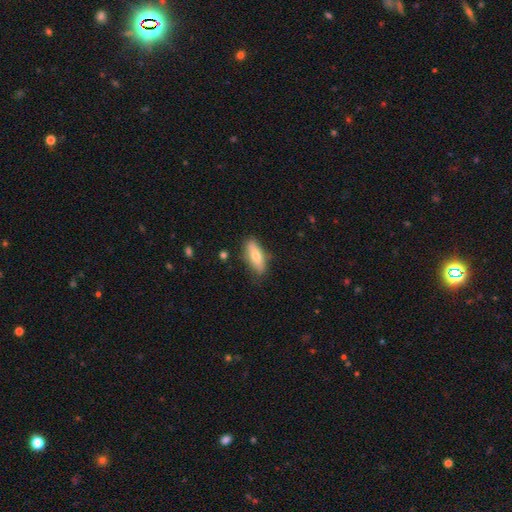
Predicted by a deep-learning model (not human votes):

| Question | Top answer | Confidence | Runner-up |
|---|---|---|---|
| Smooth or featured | smooth | 71% | featured or disk (23%) |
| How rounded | in between | 65% | cigar-shaped (32%) |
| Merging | none | 78% | minor disturbance (17%) |